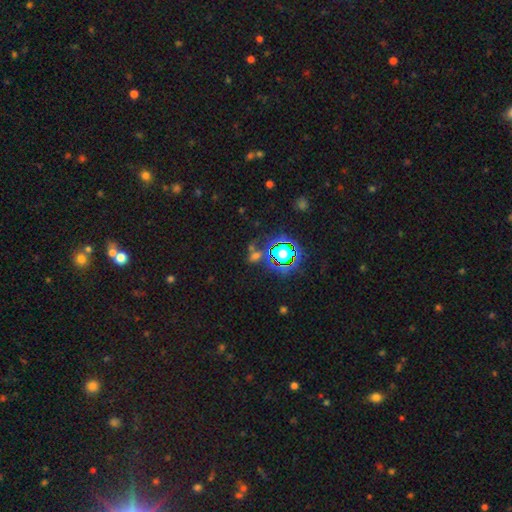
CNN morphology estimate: A star or artifact, not a galaxy (51%).